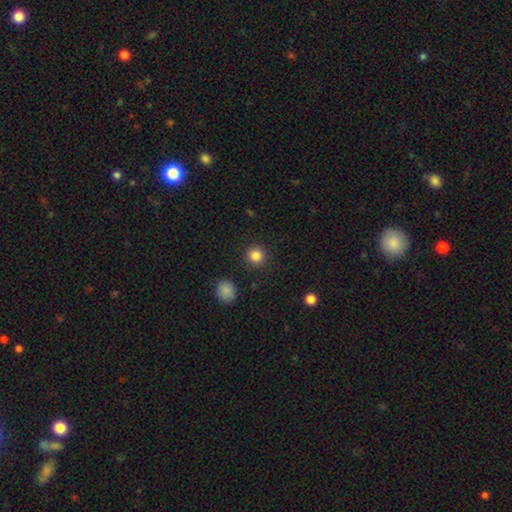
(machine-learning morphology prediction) Smooth or featured? Predicted: smooth (p=0.85). How rounded? Predicted: round (p=0.93). Merging? Predicted: none (p=0.91).